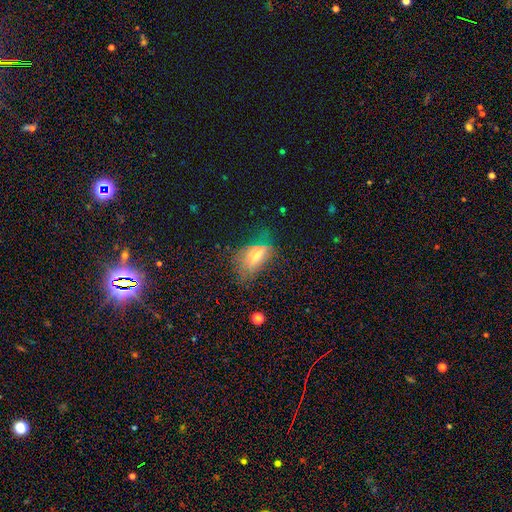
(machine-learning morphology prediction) smooth 55%, featured or disk 27%, star or artifact 19%. Down the decision tree: how rounded — in between (84%); merging — none (47%).